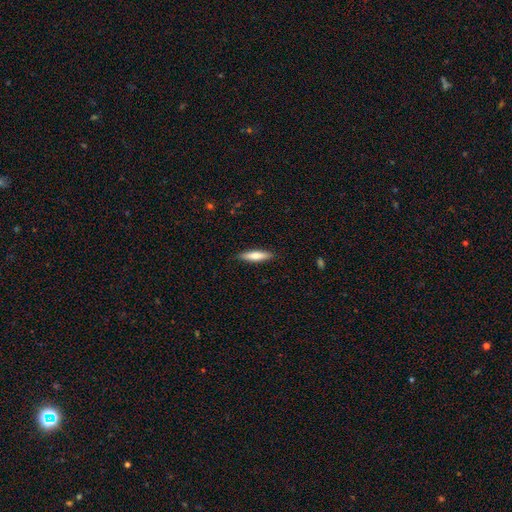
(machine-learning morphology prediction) A smooth galaxy with no disk features (70%) that is cigar-shaped (75%). Merging: none (89%).